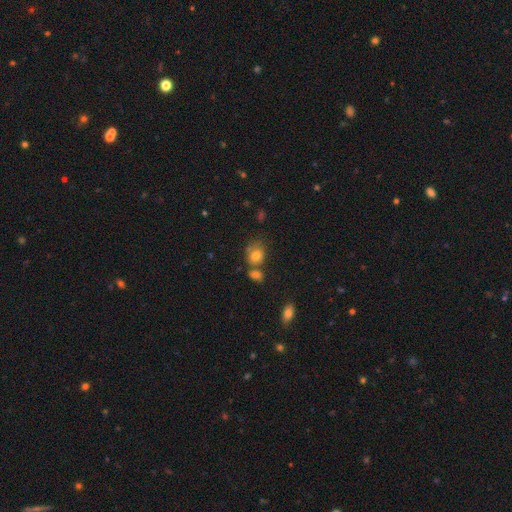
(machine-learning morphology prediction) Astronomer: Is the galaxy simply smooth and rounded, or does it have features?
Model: smooth — 78%.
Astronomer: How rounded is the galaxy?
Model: round — 51% (runner-up: in between, 48%).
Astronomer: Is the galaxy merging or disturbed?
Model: none — 48% (runner-up: merger, 26%).